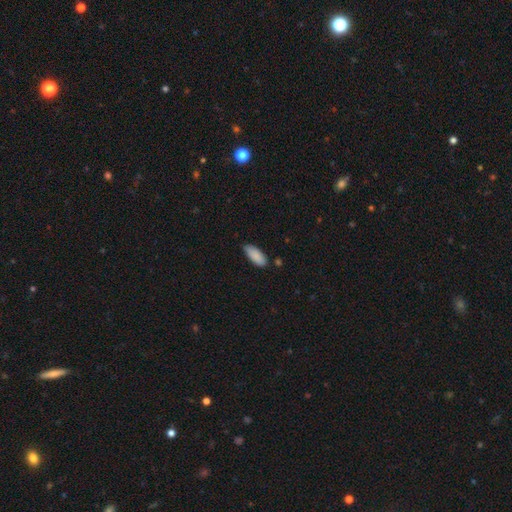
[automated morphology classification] Q: Smooth or featured?
A: smooth (89%); runner-up: star or artifact (6%)
Q: How rounded?
A: in between (82%); runner-up: cigar-shaped (17%)
Q: Merging?
A: none (71%); runner-up: minor disturbance (23%)